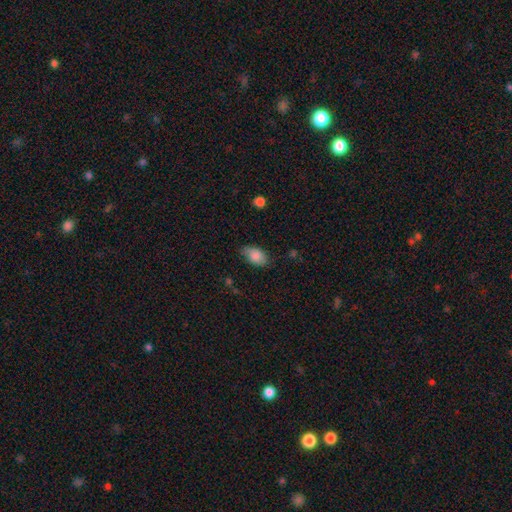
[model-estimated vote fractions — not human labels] Smooth or featured: smooth — 85% (featured or disk — 7%)
How rounded: in between — 91% (round — 7%)
Merging: none — 69% (minor disturbance — 24%)